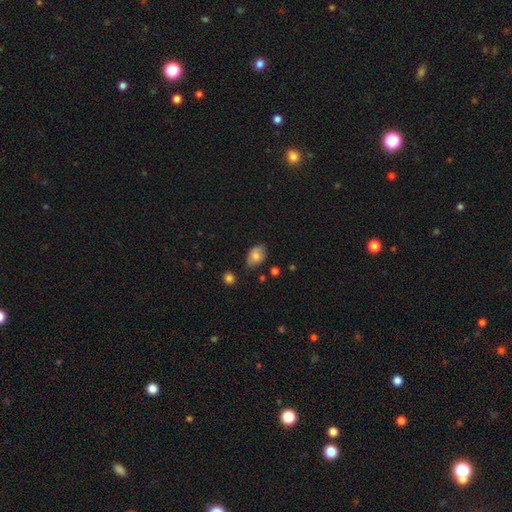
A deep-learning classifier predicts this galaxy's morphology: A smooth galaxy with no disk features (77%) that is in between round and cigar-shaped (83%).

Vote fractions:
- Smooth or featured? smooth: 77% / featured or disk: 15% / star or artifact: 8%
- How rounded? in between: 83% / round: 16% / cigar-shaped: 1%
- Merging? none: 74% / minor disturbance: 20% / major disturbance: 3% / merger: 3%